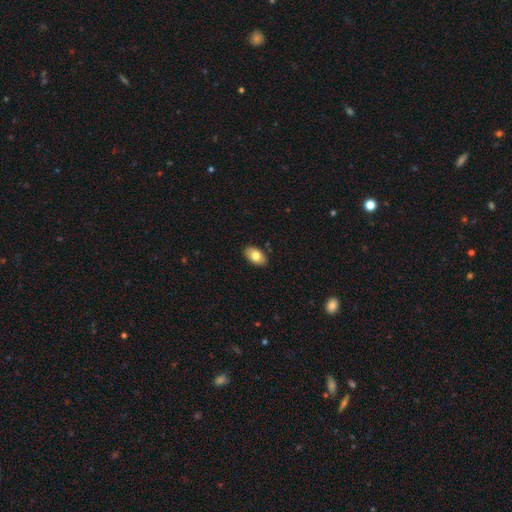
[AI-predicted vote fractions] Overall: smooth (79%). How rounded: in between (92%). Merging: none (88%).